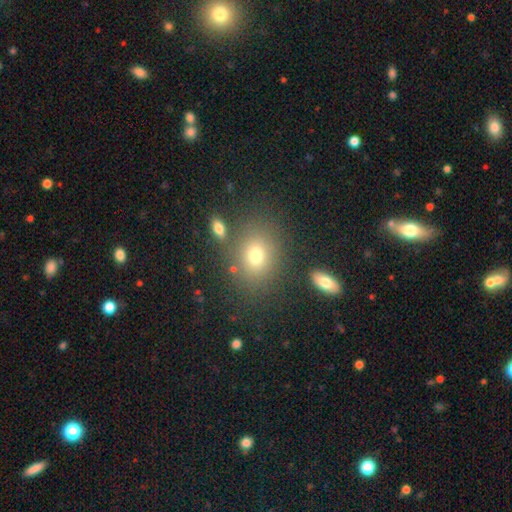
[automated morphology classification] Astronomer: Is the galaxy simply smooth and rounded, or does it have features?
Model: smooth — 73%.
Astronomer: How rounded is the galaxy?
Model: round — 54% (runner-up: in between, 44%).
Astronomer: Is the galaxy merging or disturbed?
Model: none — 78%.